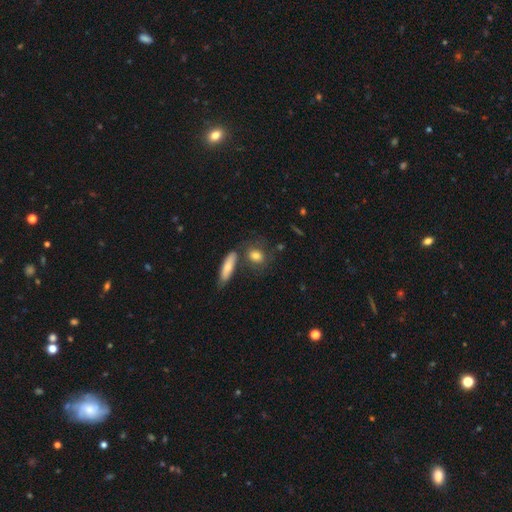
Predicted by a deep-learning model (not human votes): Q: Smooth or featured?
A: smooth (74%); runner-up: featured or disk (18%)
Q: How rounded?
A: in between (57%); runner-up: round (32%)
Q: Merging?
A: none (61%); runner-up: merger (19%)